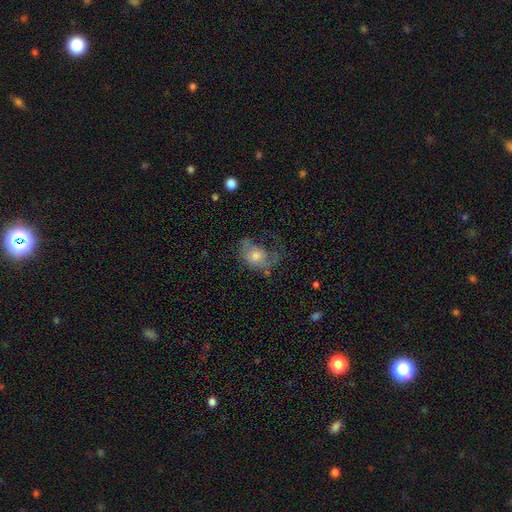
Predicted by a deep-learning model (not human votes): This appears to be a featured or disk galaxy (48%). Merging: major disturbance (40%).